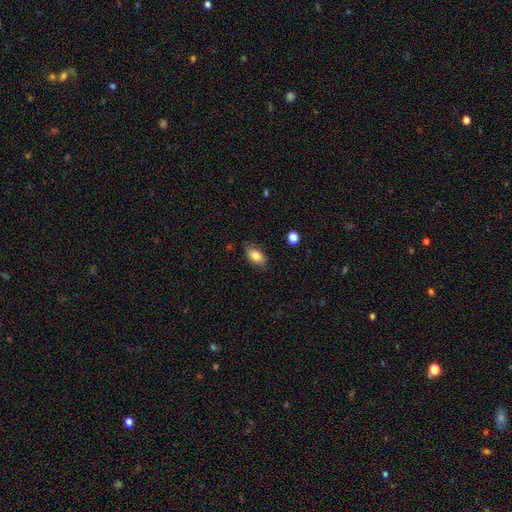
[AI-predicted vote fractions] This appears to be a smooth galaxy with no disk features (80%) that is in between round and cigar-shaped (91%). Merging: none (80%).